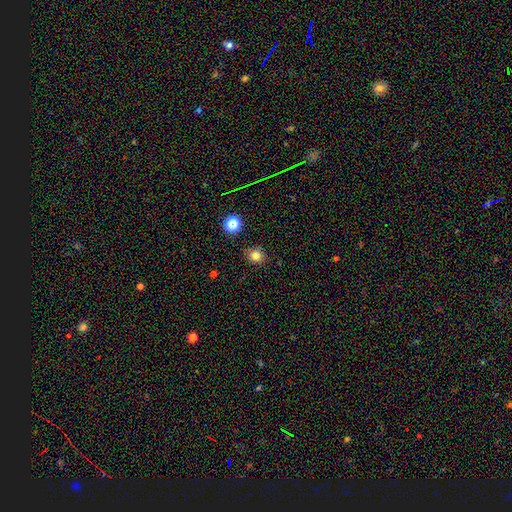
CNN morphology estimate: This appears to be a smooth galaxy with no disk features (79%) that is round (85%). Merging: none (87%).